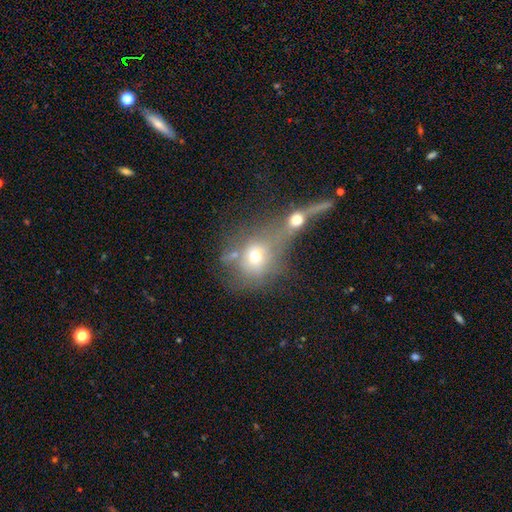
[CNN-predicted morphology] The model was most divided on "how rounded": round: 67%, in between: 31%, cigar-shaped: 2%. More confident: smooth or featured — smooth (62%); merging — merger (60%).